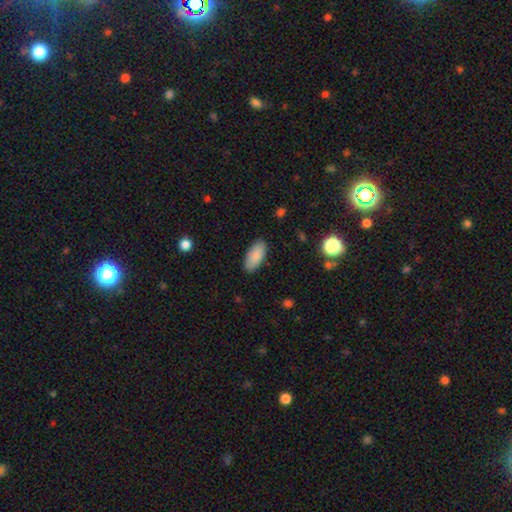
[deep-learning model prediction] The model was most divided on "merging": none: 87%, minor disturbance: 10%, major disturbance: 2%, merger: 1%. More confident: how rounded — in between (88%); smooth or featured — smooth (87%).